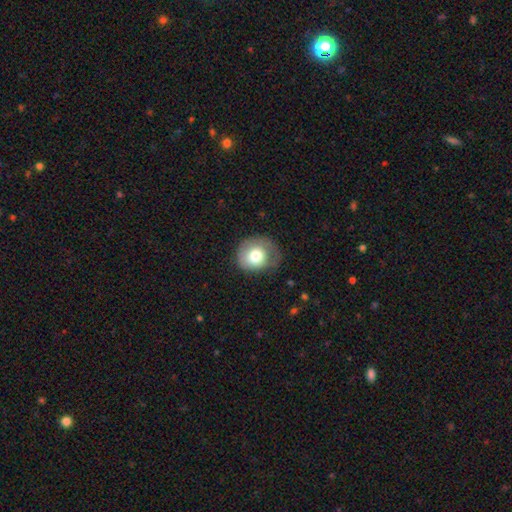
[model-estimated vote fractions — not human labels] The model was most divided on "merging": none: 50%, minor disturbance: 32%, major disturbance: 17%, merger: 2%. More confident: how rounded — round (75%); smooth or featured — smooth (74%).